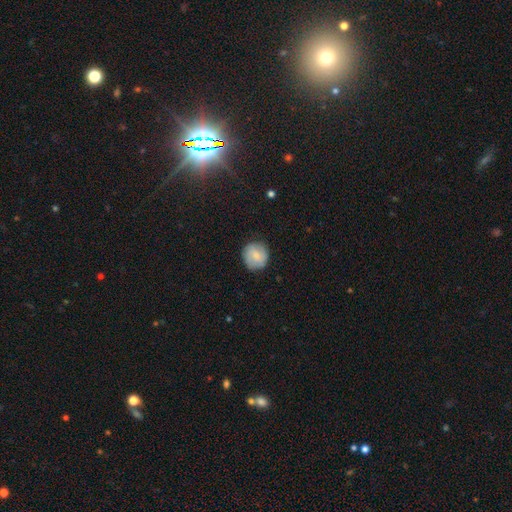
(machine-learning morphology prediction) Smooth or featured? smooth (72%)
How rounded? round (90%)
Merging? none (85%)